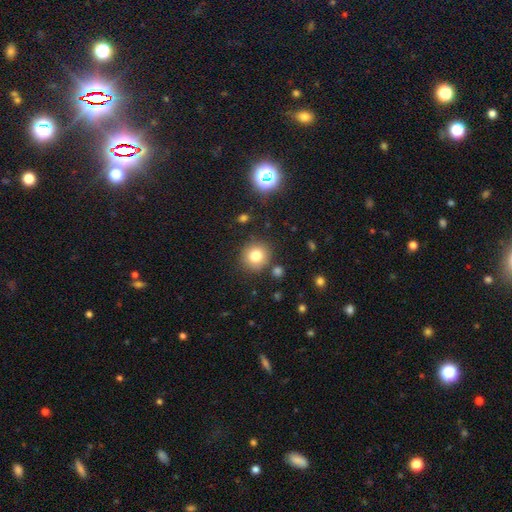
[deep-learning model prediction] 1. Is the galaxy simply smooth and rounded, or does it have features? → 78% smooth, 13% star or artifact, 9% featured or disk.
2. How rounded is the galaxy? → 90% round, 9% in between, 1% cigar-shaped.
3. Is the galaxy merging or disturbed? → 84% none, 9% minor disturbance, 5% merger, 3% major disturbance.